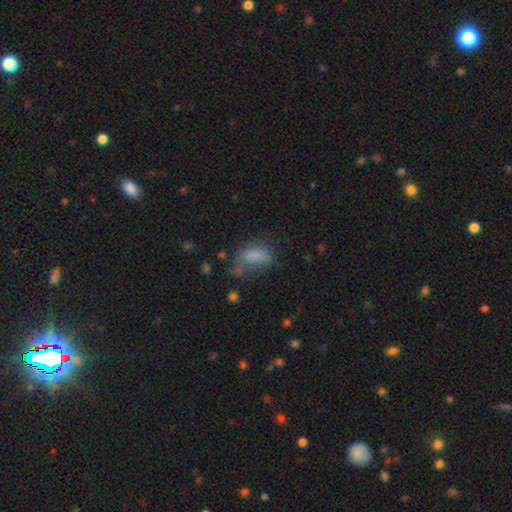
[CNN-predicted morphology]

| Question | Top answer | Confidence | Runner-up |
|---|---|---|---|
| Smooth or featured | smooth | 72% | star or artifact (14%) |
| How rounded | in between | 85% | round (8%) |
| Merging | none | 39% | minor disturbance (28%) |